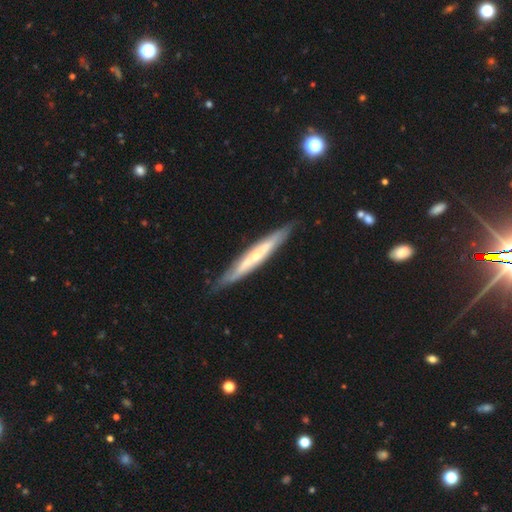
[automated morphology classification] This appears to be a featured or disk galaxy (64%) viewed edge-on (84%) with a rounded central bulge (52%). Merging: none (83%).